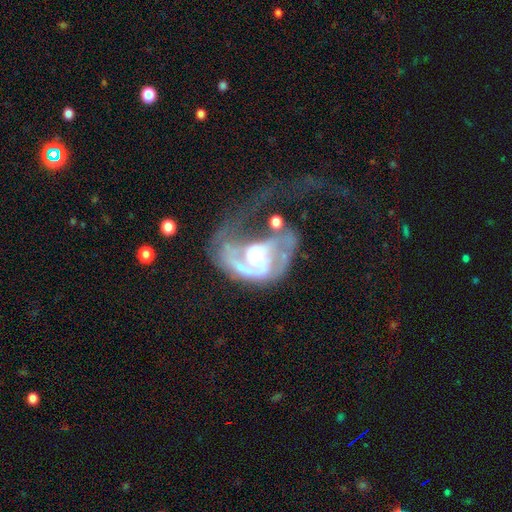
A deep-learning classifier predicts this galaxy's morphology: The model was most divided on "bar": weak: 42%, no: 39%, strong: 20%. Remaining: edge-on disk — no (97%); smooth or featured — featured or disk (80%); spiral arms — yes (79%); merging — major disturbance (56%); bulge size — moderate (47%); spiral arm count — 1 (43%); spiral winding — loose (42%).